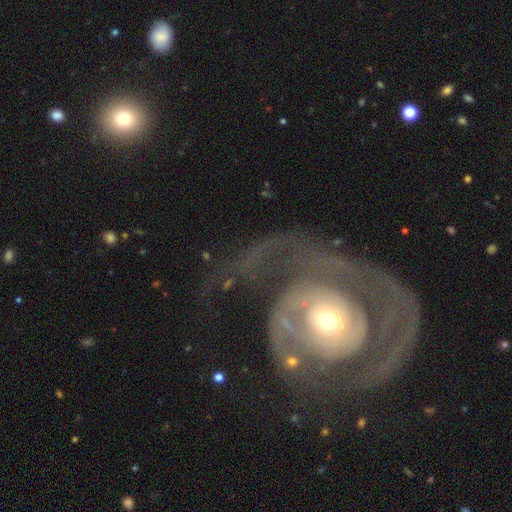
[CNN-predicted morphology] Q: Smooth or featured?
A: featured or disk (83%); runner-up: smooth (11%)
Q: Edge-on disk?
A: no (97%); runner-up: yes (3%)
Q: Bar?
A: no (75%); runner-up: weak (17%)
Q: Spiral arms?
A: yes (84%); runner-up: no (16%)
Q: Spiral winding?
A: tight (50%); runner-up: medium (32%)
Q: Spiral arm count?
A: 2 (47%); runner-up: can't tell (20%)
Q: Bulge size?
A: moderate (51%); runner-up: small (39%)
Q: Merging?
A: none (42%); runner-up: major disturbance (38%)